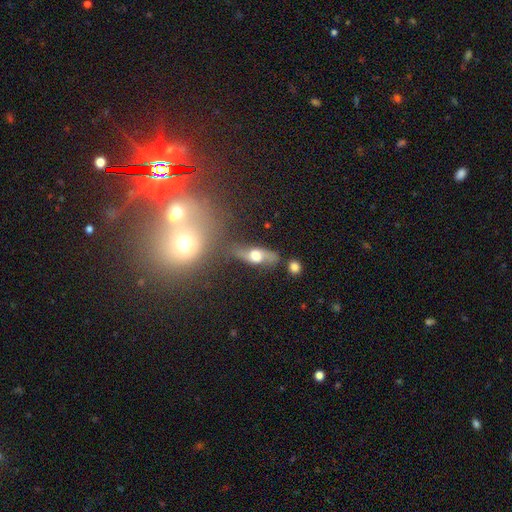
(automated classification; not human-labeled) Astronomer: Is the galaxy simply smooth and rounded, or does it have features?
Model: featured or disk — 58%.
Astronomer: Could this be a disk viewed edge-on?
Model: no — 54% (runner-up: yes, 46%).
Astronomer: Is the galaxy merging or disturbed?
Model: none — 60%.